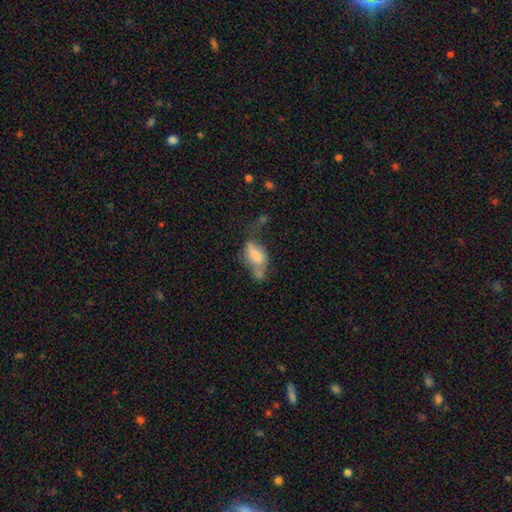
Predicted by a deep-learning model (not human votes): Overall: smooth (67%). How rounded: in between (88%). Merging: major disturbance (29%, tied with merger).